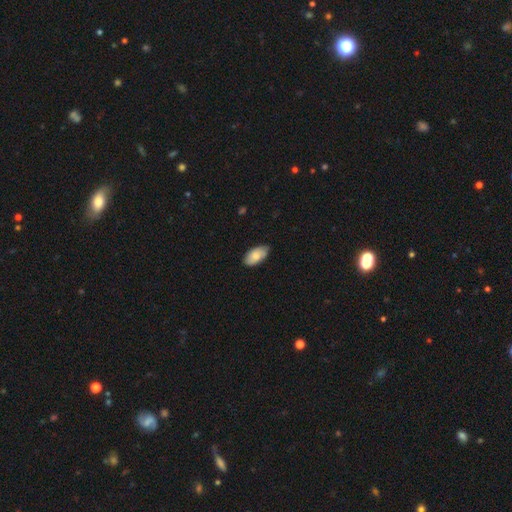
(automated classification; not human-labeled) smooth_or_featured: smooth (p=0.76) [alt: featured or disk p=0.18]
how_rounded: in between (p=0.95) [alt: cigar-shaped p=0.03]
merging: none (p=0.80) [alt: minor disturbance p=0.17]